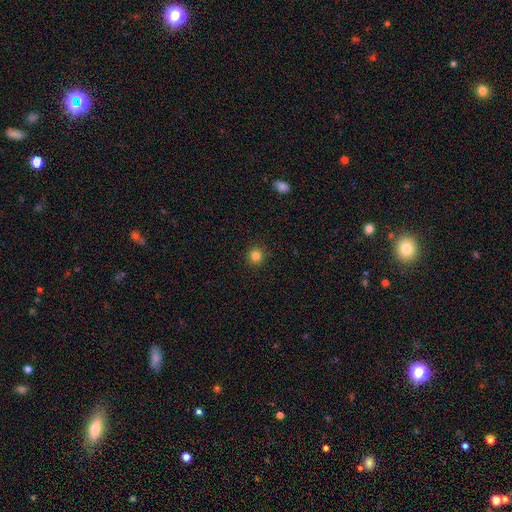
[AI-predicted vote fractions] A smooth galaxy with no disk features (83%) that is round (94%).

Vote fractions:
- Smooth or featured? smooth: 83% / star or artifact: 13% / featured or disk: 4%
- How rounded? round: 94% / in between: 5% / cigar-shaped: 1%
- Merging? none: 92% / minor disturbance: 5% / major disturbance: 2% / merger: 1%